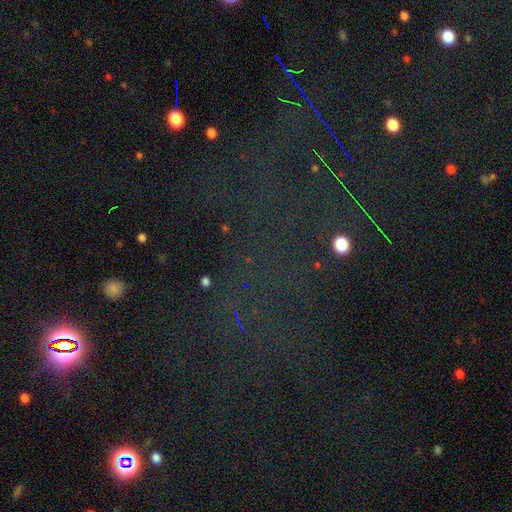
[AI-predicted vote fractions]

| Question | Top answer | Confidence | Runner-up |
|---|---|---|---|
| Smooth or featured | star or artifact | 70% | smooth (18%) |